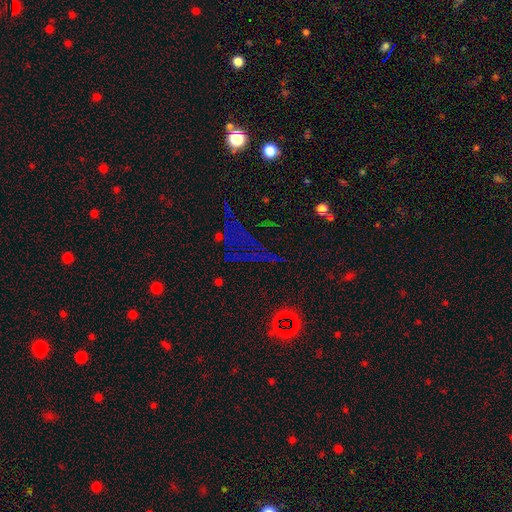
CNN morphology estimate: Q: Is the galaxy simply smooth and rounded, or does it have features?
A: star or artifact — 67%.